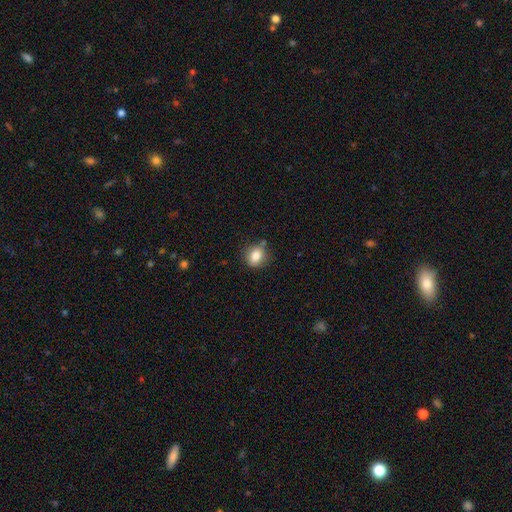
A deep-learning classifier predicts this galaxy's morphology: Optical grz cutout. It shows a smooth galaxy with no disk features (83%) that is round (64%). Merging: none (74%).